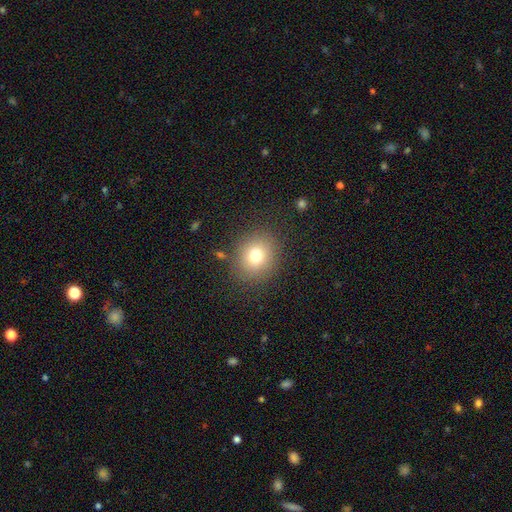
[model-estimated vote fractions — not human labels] Smooth or featured? smooth (74%)
How rounded? round (75%)
Merging? none (84%)